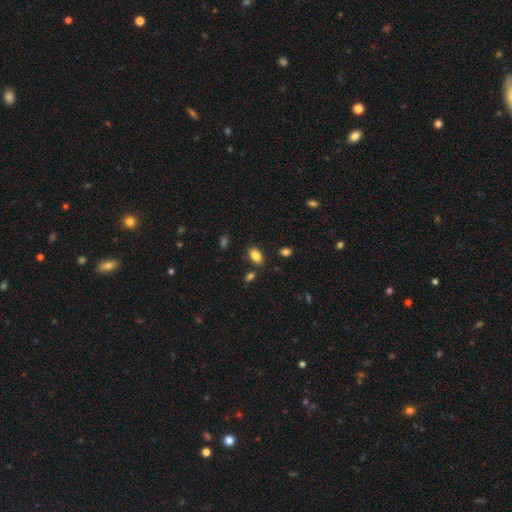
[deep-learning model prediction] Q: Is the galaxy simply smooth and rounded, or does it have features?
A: smooth — 84%.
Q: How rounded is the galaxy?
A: in between — 89%.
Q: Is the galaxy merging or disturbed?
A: none — 82%.